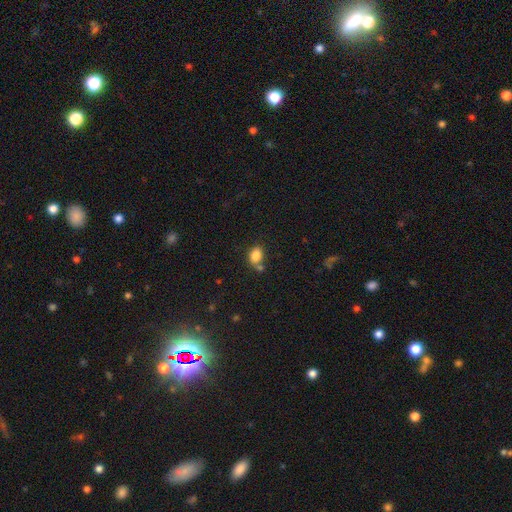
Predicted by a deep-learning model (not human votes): Smooth or featured: smooth — 84% (star or artifact — 10%)
How rounded: in between — 73% (round — 26%)
Merging: none — 62% (merger — 19%)